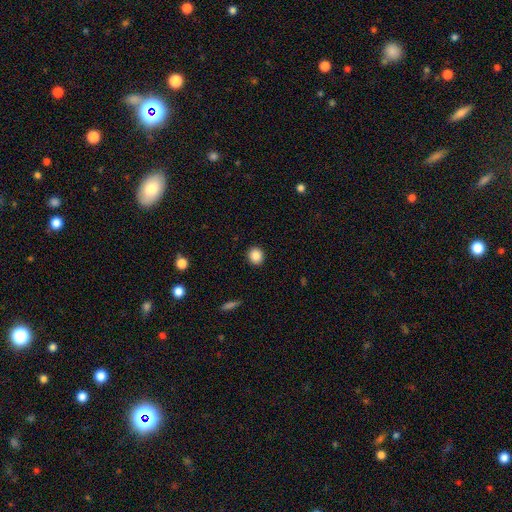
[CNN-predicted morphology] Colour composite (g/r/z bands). It shows a smooth galaxy with no disk features (87%) that is round (86%). Merging: none (92%).